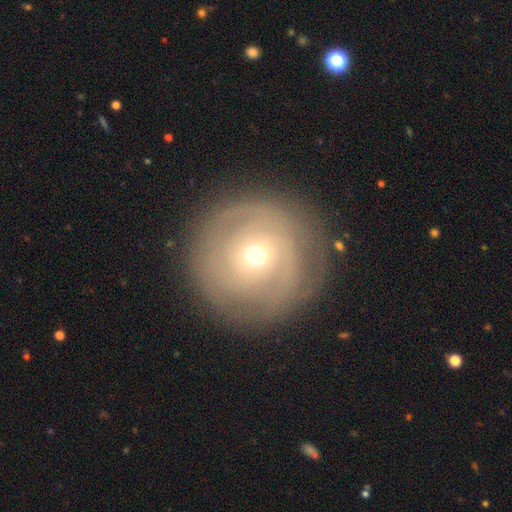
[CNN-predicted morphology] Q: Smooth or featured?
A: featured or disk (56%); runner-up: smooth (34%)
Q: Edge-on disk?
A: no (96%); runner-up: yes (4%)
Q: Bar?
A: no (74%); runner-up: weak (20%)
Q: Spiral arms?
A: yes (66%); runner-up: no (34%)
Q: Bulge size?
A: moderate (57%); runner-up: small (37%)
Q: Merging?
A: none (81%); runner-up: minor disturbance (13%)